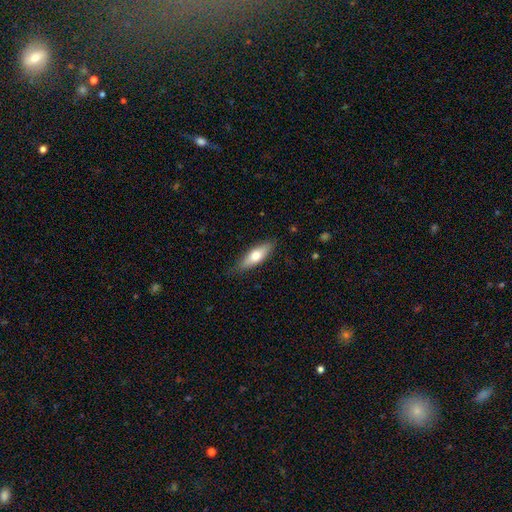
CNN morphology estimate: Smooth or featured: smooth — 68% (featured or disk — 27%)
How rounded: in between — 56% (cigar-shaped — 42%)
Merging: none — 83% (minor disturbance — 13%)